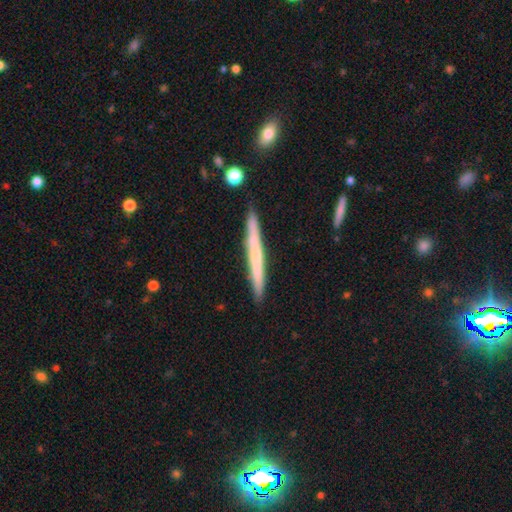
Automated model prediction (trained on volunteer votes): Smooth or featured? Predicted: smooth (p=0.48). Merging? Predicted: none (p=0.89).